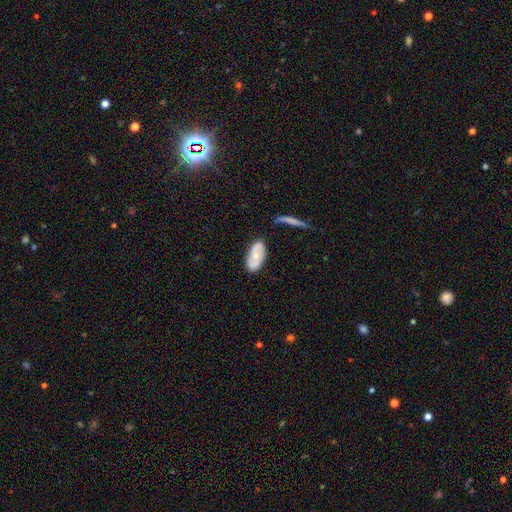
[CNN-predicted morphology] A smooth galaxy with no disk features (53%) that is in between round and cigar-shaped (90%).

Vote fractions:
- Smooth or featured? smooth: 53% / featured or disk: 41% / star or artifact: 6%
- How rounded? in between: 90% / cigar-shaped: 6% / round: 3%
- Merging? none: 76% / minor disturbance: 16% / merger: 4% / major disturbance: 4%